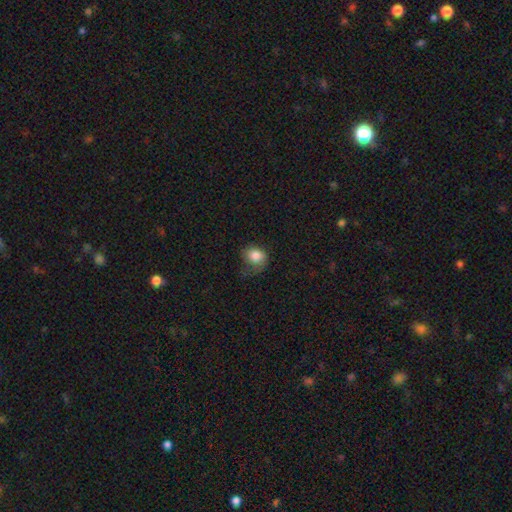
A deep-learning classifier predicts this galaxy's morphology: Smooth or featured: smooth — 80% (featured or disk — 10%)
How rounded: round — 60% (in between — 39%)
Merging: none — 38% (minor disturbance — 32%)